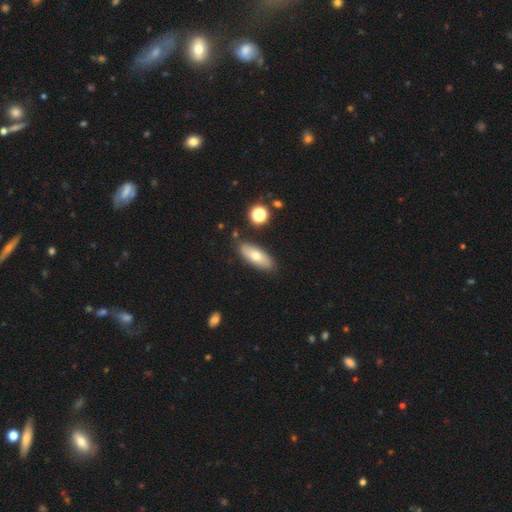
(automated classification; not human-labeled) Overall: smooth (66%; featured or disk 27%). How rounded: in between (73%). Merging: none (83%).